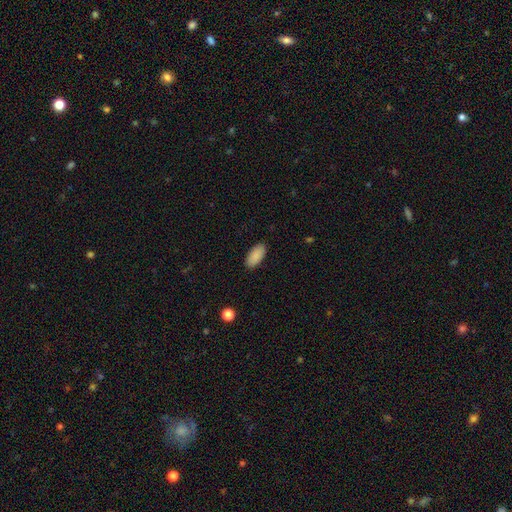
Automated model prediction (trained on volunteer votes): smooth-or-featured: smooth: 90% | star or artifact: 6% | featured or disk: 4%
  how-rounded: in between: 91% | cigar-shaped: 7% | round: 2%
  merging: none: 89% | minor disturbance: 8% | major disturbance: 2% | merger: 1%